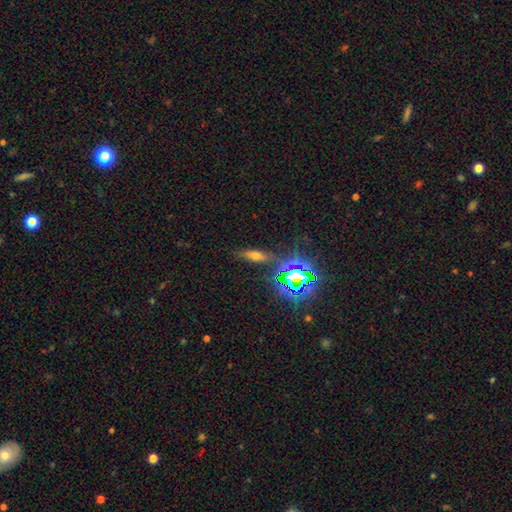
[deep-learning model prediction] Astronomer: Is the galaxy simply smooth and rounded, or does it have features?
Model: smooth — 44% (runner-up: star or artifact, 32%).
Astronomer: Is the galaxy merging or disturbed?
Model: none — 80%.